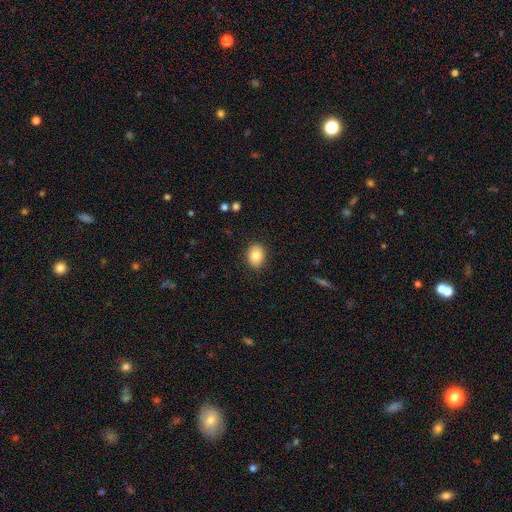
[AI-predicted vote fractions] Smooth or featured: smooth — 83% (star or artifact — 8%)
How rounded: in between — 52% (round — 47%)
Merging: none — 87% (minor disturbance — 9%)